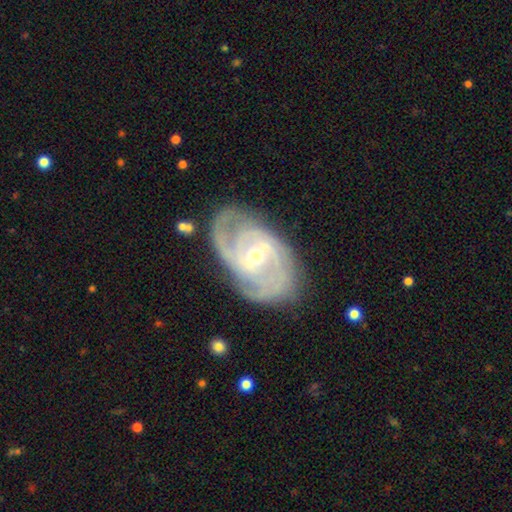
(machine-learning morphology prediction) Smooth or featured? featured or disk (89%)
Edge-on disk? no (96%)
Bar? weak (50%)
Spiral arms? yes (97%)
Spiral winding? tight (55%)
Spiral arm count? 2 (39%)
Bulge size? small (50%)
Merging? none (75%)